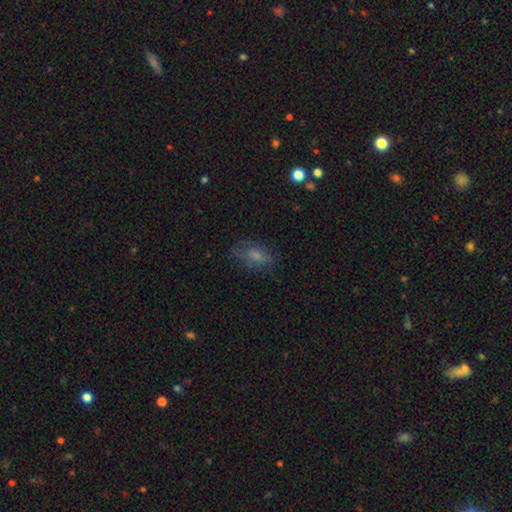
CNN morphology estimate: type=smooth (66%); roundness=in between (83%); merging=none (62%).